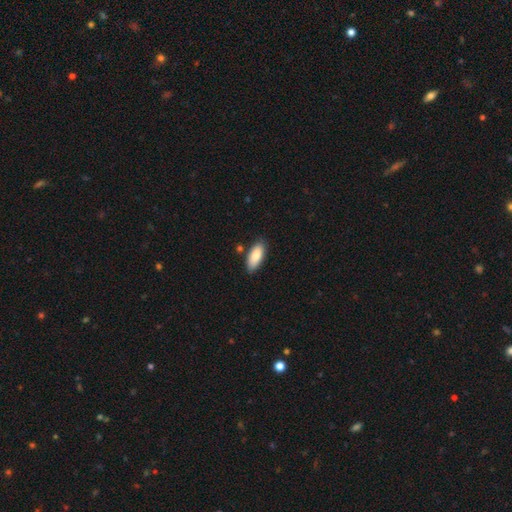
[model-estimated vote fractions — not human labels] A smooth galaxy with no disk features (85%) that is in between round and cigar-shaped (84%).

Vote fractions:
- Smooth or featured? smooth: 85% / featured or disk: 9% / star or artifact: 6%
- How rounded? in between: 84% / cigar-shaped: 14% / round: 2%
- Merging? none: 82% / minor disturbance: 13% / merger: 3% / major disturbance: 2%